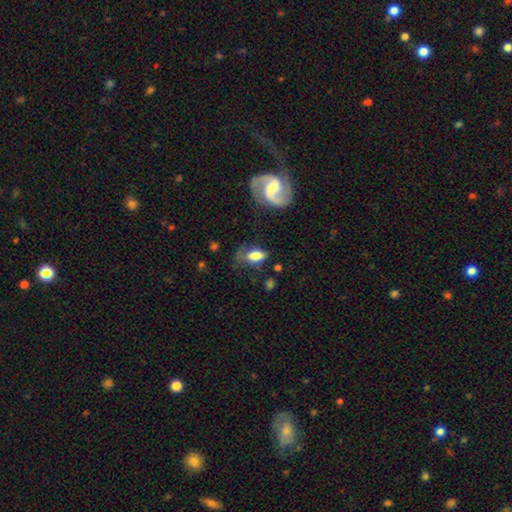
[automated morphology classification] Smooth or featured: smooth — 67% (featured or disk — 26%)
How rounded: in between — 86% (round — 8%)
Merging: none — 47% (minor disturbance — 28%)